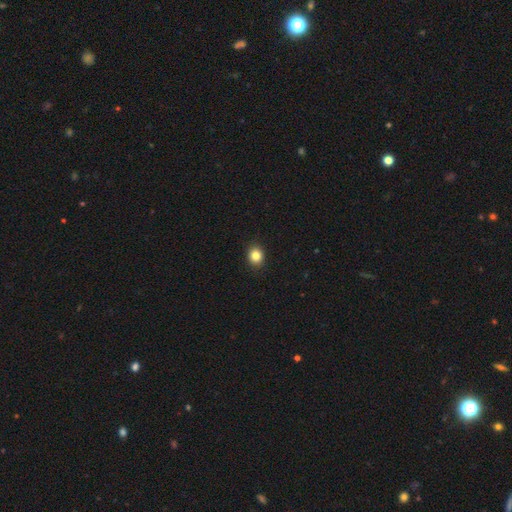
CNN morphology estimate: smooth_or_featured: smooth (p=0.84) [alt: star or artifact p=0.11]
how_rounded: round (p=0.70) [alt: in between p=0.29]
merging: none (p=0.91) [alt: minor disturbance p=0.07]